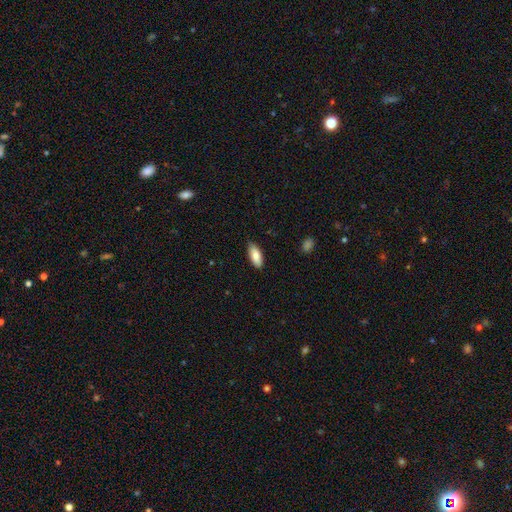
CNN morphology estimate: Smooth or featured?
  - smooth: 82% *
  - featured or disk: 12%
  - star or artifact: 6%
How rounded?
  - in between: 83% *
  - cigar-shaped: 15%
  - round: 2%
Merging?
  - none: 82% *
  - minor disturbance: 15%
  - major disturbance: 2%
  - merger: 1%